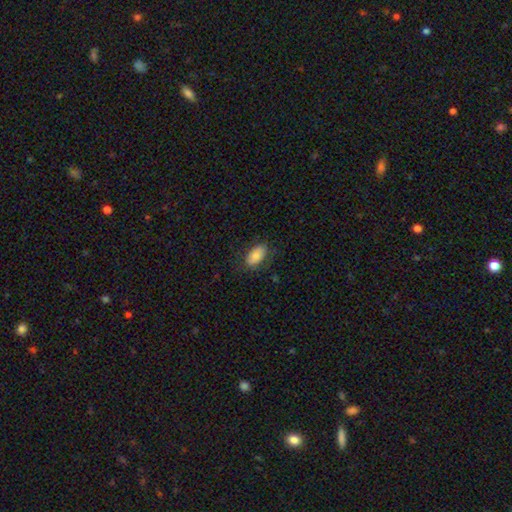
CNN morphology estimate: This is likely a smooth galaxy (80%). How rounded: clearly in between (93%). Merging: likely none (79%).